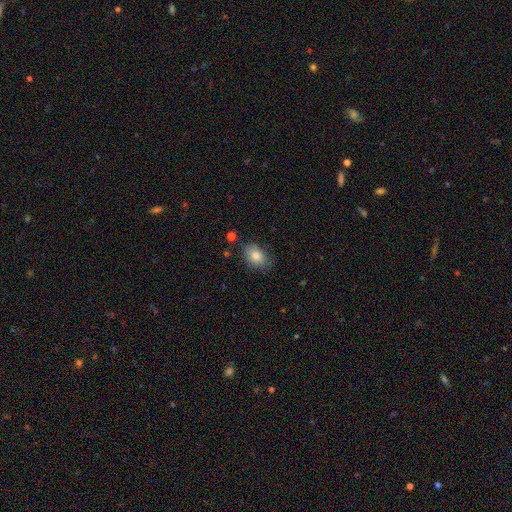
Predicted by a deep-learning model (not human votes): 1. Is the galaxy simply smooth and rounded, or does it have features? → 82% smooth, 9% featured or disk, 9% star or artifact.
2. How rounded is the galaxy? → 77% in between, 22% round, 1% cigar-shaped.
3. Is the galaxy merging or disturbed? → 77% none, 17% minor disturbance, 4% major disturbance, 2% merger.